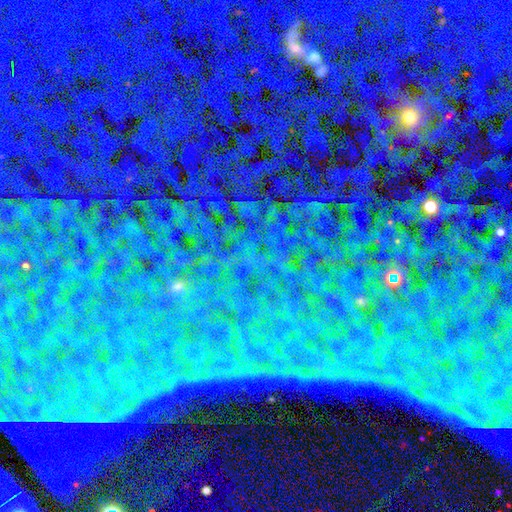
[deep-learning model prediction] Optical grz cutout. It shows a star or artifact, not a galaxy (85%).